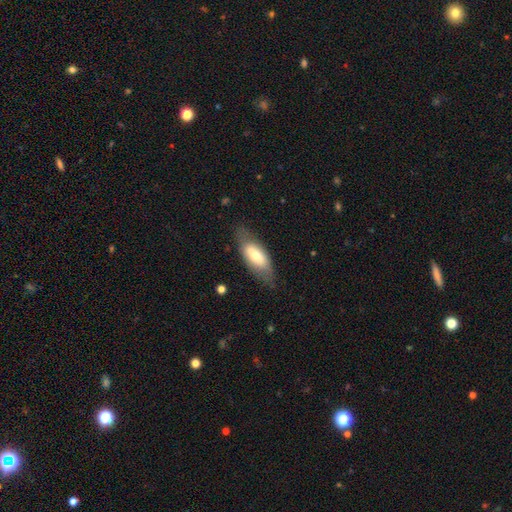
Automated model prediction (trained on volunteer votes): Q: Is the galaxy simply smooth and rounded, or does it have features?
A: smooth — 58%.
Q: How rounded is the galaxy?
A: in between — 75%.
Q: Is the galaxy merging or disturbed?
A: none — 71%.